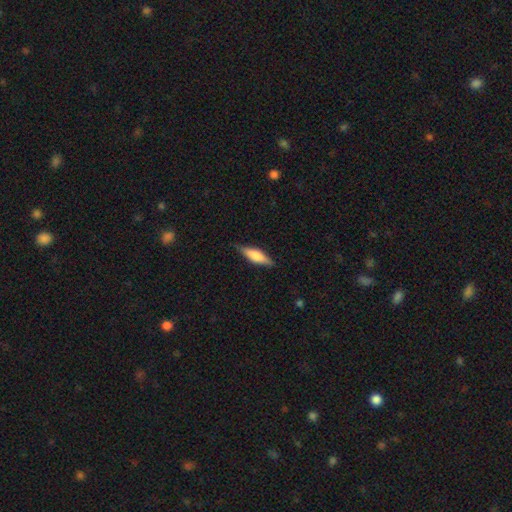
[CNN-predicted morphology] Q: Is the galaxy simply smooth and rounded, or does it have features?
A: smooth — 63%.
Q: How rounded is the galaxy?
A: cigar-shaped — 53%.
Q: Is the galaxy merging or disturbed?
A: none — 83%.